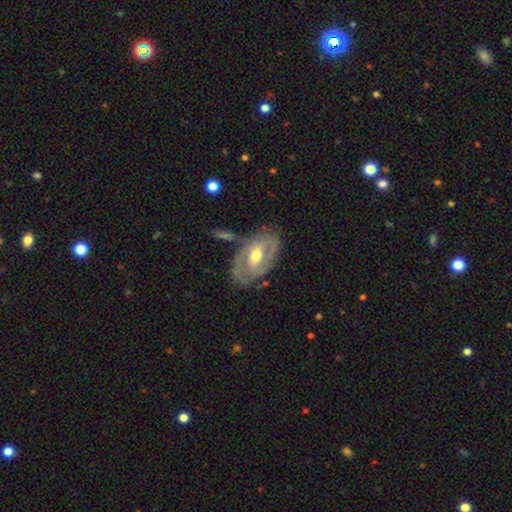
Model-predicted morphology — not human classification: Smooth or featured? Predicted: featured or disk (p=0.77). Edge-on disk? Predicted: no (p=0.93). Bar? Predicted: weak (p=0.47). Spiral arms? Predicted: yes (p=0.76). Spiral winding? Predicted: tight (p=0.53). Spiral arm count? Predicted: 2 (p=0.51). Bulge size? Predicted: moderate (p=0.72). Merging? Predicted: none (p=0.59).